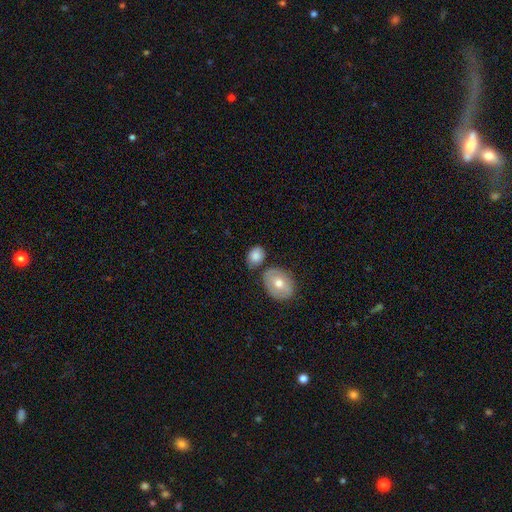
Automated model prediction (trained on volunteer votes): Smooth or featured: smooth — 81% (featured or disk — 12%)
How rounded: in between — 66% (round — 33%)
Merging: none — 60% (minor disturbance — 19%)